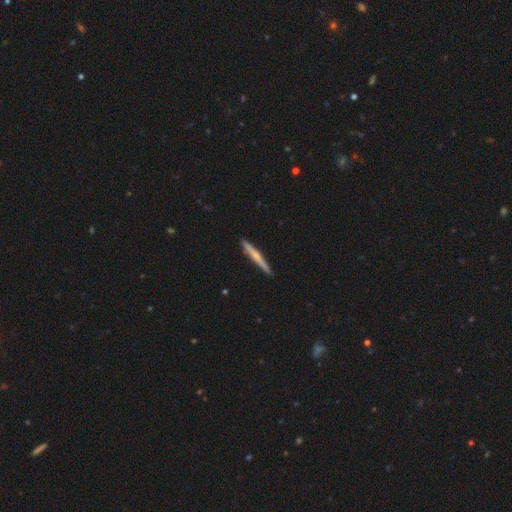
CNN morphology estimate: A smooth galaxy with no disk features (52%) that is cigar-shaped (96%).

Vote fractions:
- Smooth or featured? smooth: 52% / featured or disk: 43% / star or artifact: 5%
- How rounded? cigar-shaped: 96% / in between: 3% / round: 1%
- Merging? none: 91% / minor disturbance: 7% / major disturbance: 1% / merger: 1%